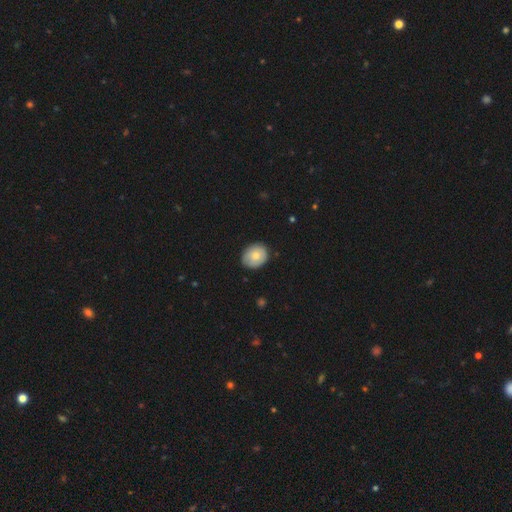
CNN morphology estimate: type=smooth (71%); roundness=round (62%); merging=none (82%).